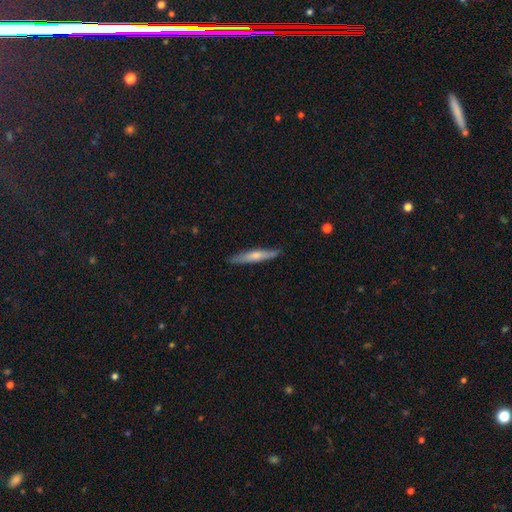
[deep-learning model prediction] Smooth or featured: smooth — 57% (featured or disk — 37%)
How rounded: cigar-shaped — 92% (in between — 7%)
Merging: none — 87% (minor disturbance — 10%)